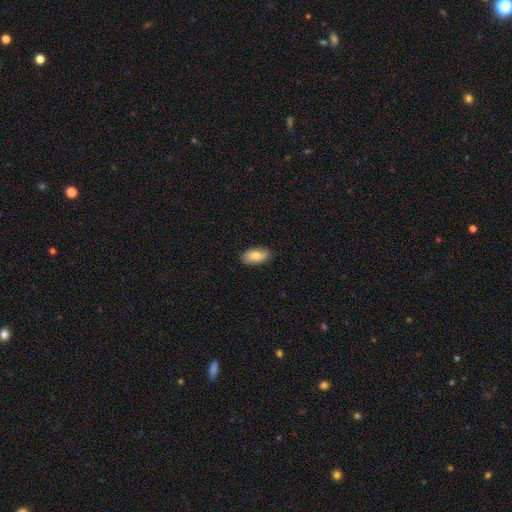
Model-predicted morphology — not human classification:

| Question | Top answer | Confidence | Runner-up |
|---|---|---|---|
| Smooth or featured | smooth | 78% | featured or disk (16%) |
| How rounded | in between | 93% | cigar-shaped (4%) |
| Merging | none | 85% | minor disturbance (12%) |